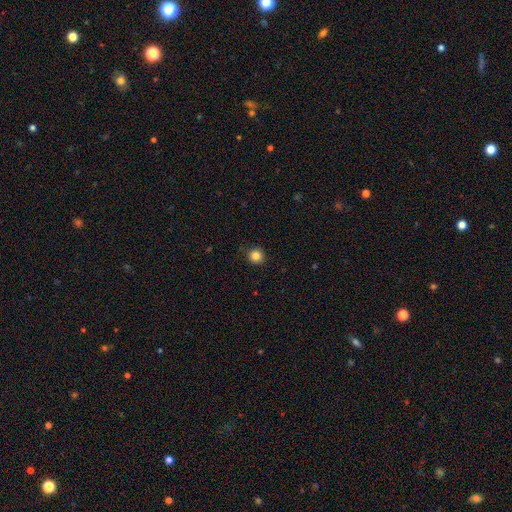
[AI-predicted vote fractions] Smooth or featured? Predicted: smooth (p=0.85). How rounded? Predicted: round (p=0.95). Merging? Predicted: none (p=0.91).